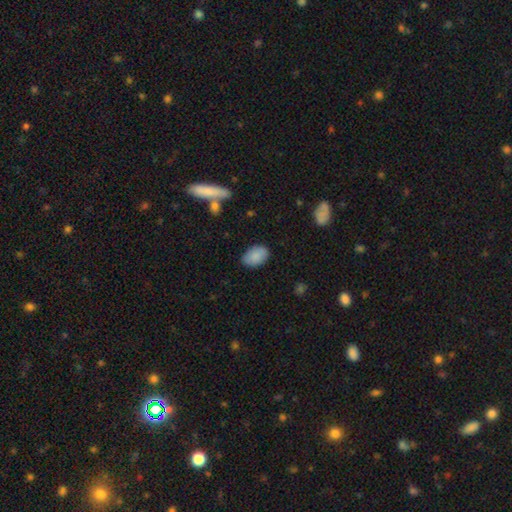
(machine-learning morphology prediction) Smooth or featured? Predicted: smooth (p=0.87). How rounded? Predicted: in between (p=0.91). Merging? Predicted: none (p=0.84).